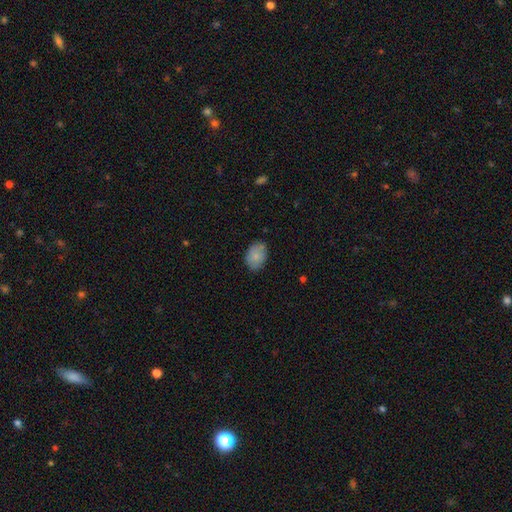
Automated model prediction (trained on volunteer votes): Smooth or featured? Predicted: smooth (p=0.83). How rounded? Predicted: in between (p=0.81). Merging? Predicted: none (p=0.76).